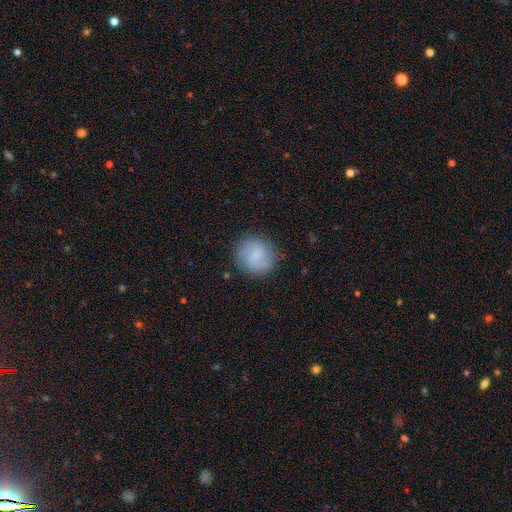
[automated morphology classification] Smooth or featured? featured or disk (53%)
Edge-on disk? no (98%)
Bar? weak (51%)
Spiral arms? yes (91%)
Bulge size? small (50%)
Merging? none (82%)